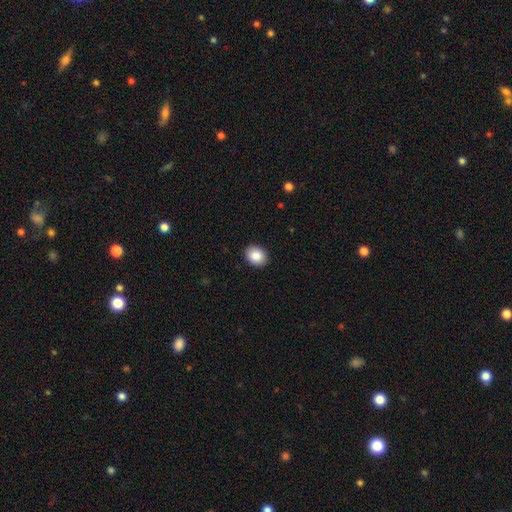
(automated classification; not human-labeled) The model was most divided on "how rounded": round: 53%, in between: 46%, cigar-shaped: 1%. More confident: merging — none (91%); smooth or featured — smooth (87%).